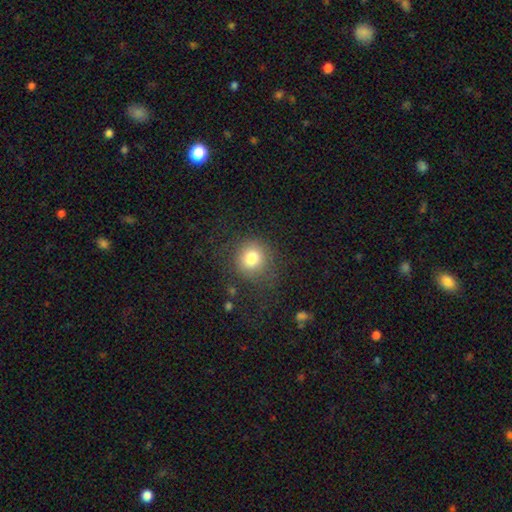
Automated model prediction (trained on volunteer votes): A smooth galaxy with no disk features (76%) that is round (89%). Merging: none (79%).